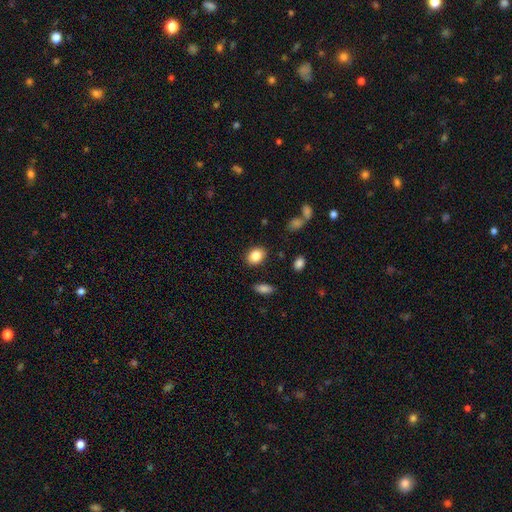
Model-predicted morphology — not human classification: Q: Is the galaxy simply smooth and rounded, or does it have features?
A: smooth — 84%.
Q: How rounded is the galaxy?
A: in between — 67%.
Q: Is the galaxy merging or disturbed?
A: none — 86%.